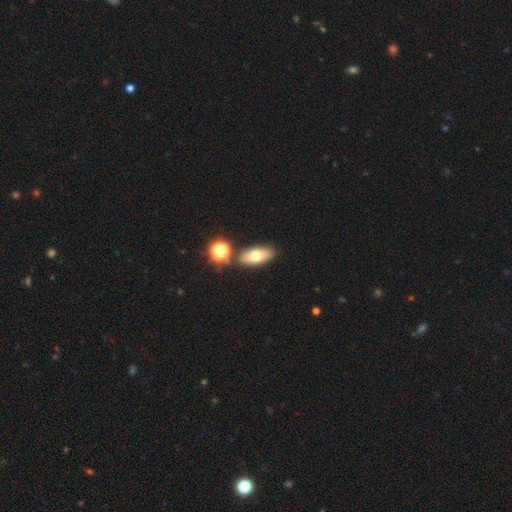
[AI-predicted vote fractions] The model was most divided on "smooth or featured": smooth: 71%, featured or disk: 19%, star or artifact: 10%. More confident: how rounded — in between (82%); merging — none (80%).